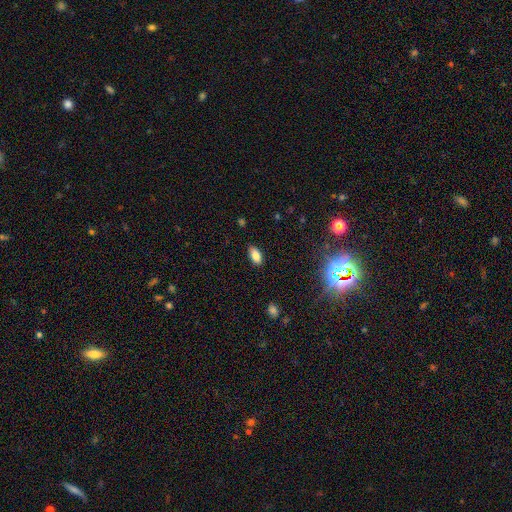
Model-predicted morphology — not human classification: smooth-or-featured: smooth: 82% | star or artifact: 10% | featured or disk: 8%
  how-rounded: in between: 91% | cigar-shaped: 6% | round: 4%
  merging: none: 87% | minor disturbance: 9% | major disturbance: 2% | merger: 1%